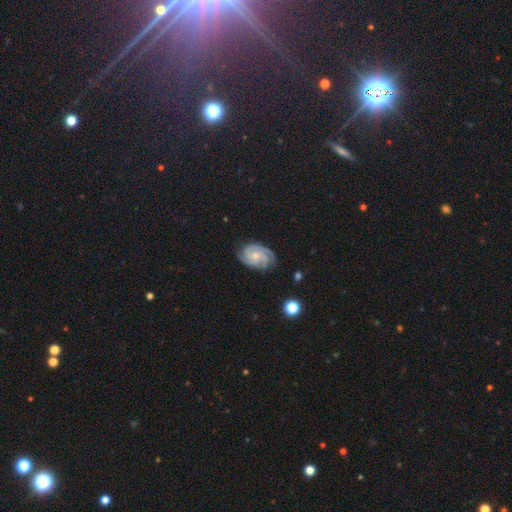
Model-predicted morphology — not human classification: Smooth or featured: featured or disk — 86% (smooth — 8%)
Edge-on disk: no — 98% (yes — 2%)
Bar: no — 69% (weak — 27%)
Spiral arms: yes — 98% (no — 2%)
Spiral winding: tight — 65% (medium — 30%)
Spiral arm count: 3 — 49% (4 — 19%)
Bulge size: small — 61% (moderate — 34%)
Merging: none — 77% (minor disturbance — 17%)